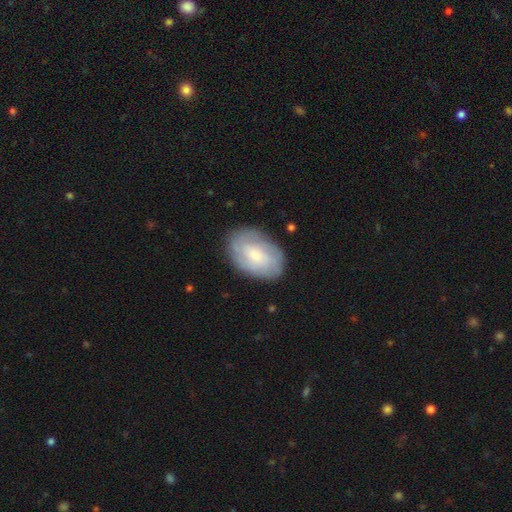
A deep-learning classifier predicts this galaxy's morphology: This appears to be a smooth galaxy with no disk features (47%). Merging: none (80%).